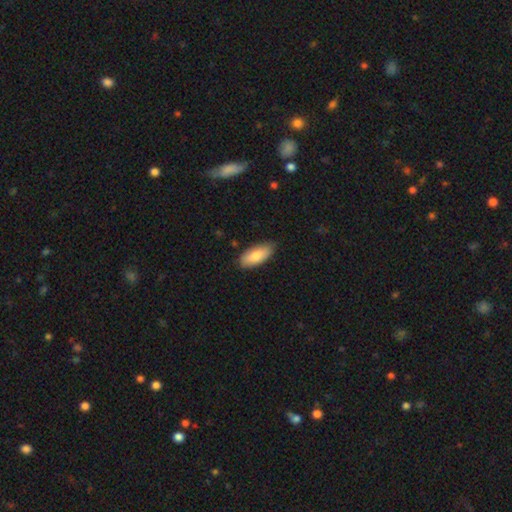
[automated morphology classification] Overall: smooth (81%). How rounded: in between (83%). Merging: none (83%).